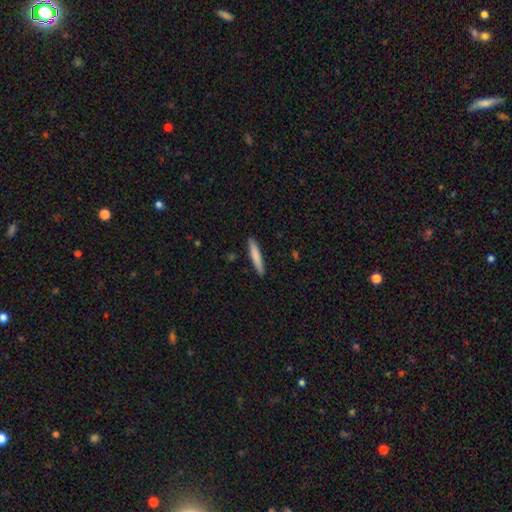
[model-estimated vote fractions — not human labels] smooth_or_featured: smooth (p=0.79) [alt: featured or disk p=0.15]
how_rounded: cigar-shaped (p=0.93) [alt: in between p=0.06]
merging: none (p=0.90) [alt: minor disturbance p=0.07]